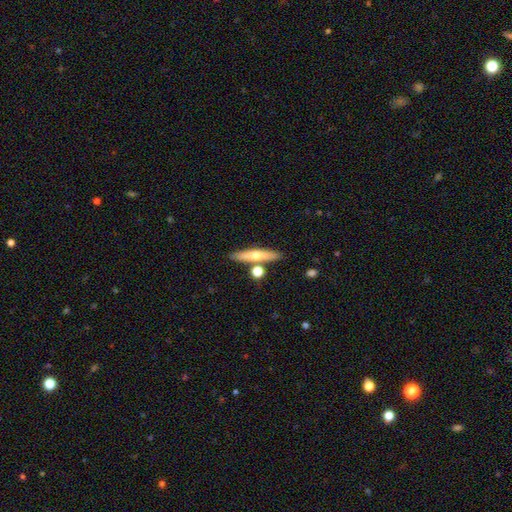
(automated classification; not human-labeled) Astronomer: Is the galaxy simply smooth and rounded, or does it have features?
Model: smooth — 55% (runner-up: featured or disk, 39%).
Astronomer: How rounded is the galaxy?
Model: cigar-shaped — 84%.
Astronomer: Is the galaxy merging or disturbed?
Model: none — 77%.